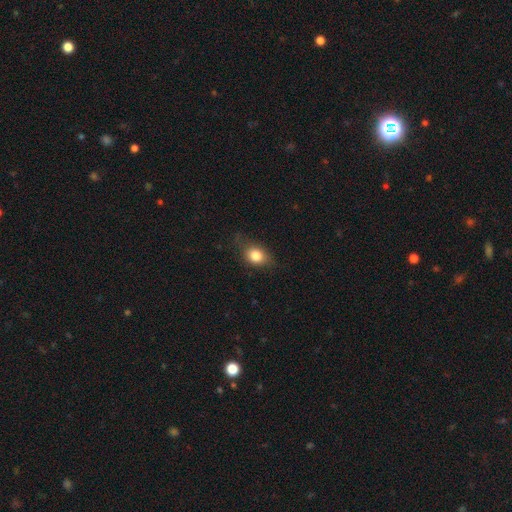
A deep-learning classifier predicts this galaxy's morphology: Overall: smooth (80%). How rounded: in between (57%; round 41%). Merging: none (67%).